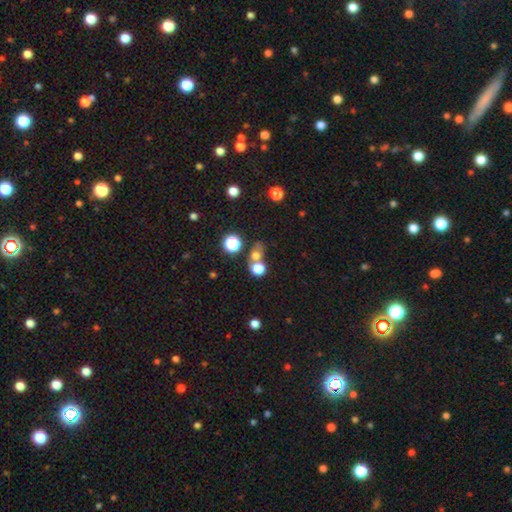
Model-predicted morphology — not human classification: Smooth or featured: smooth — 65% (star or artifact — 24%)
How rounded: round — 72% (in between — 26%)
Merging: none — 50% (merger — 35%)